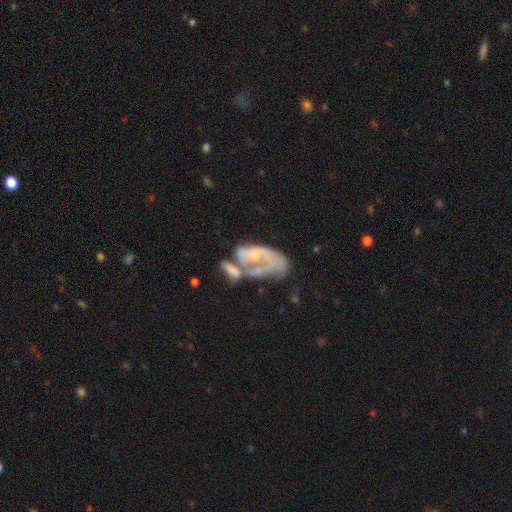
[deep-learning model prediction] A featured or disk galaxy (63%) with no bar (80%), no spiral arms (61%) and a small central bulge (42%). Merging: merger (48%).